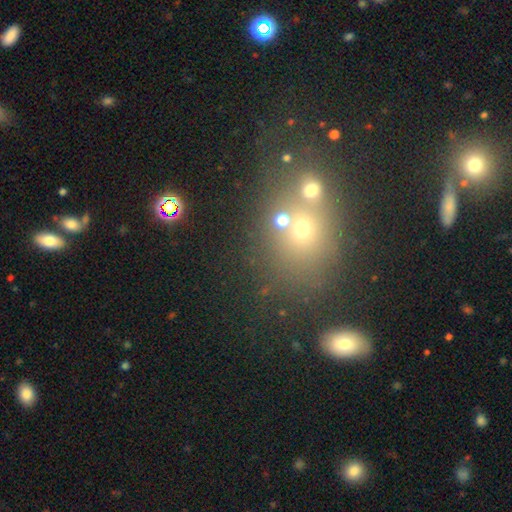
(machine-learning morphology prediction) A smooth galaxy with no disk features (48%).

Vote fractions:
- Smooth or featured? smooth: 48% / star or artifact: 35% / featured or disk: 17%
- Merging? none: 50% / merger: 33% / minor disturbance: 11% / major disturbance: 6%